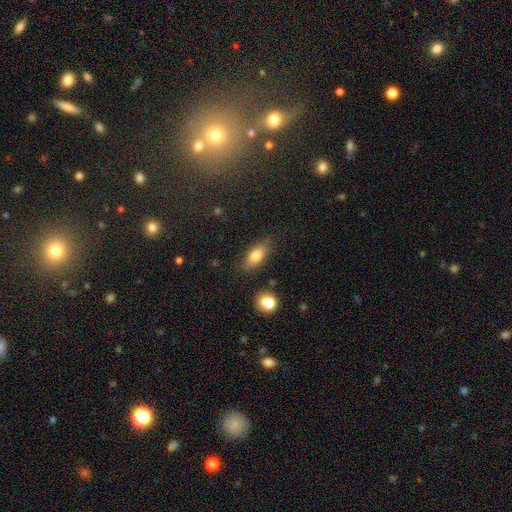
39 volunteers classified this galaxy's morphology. Smooth or featured? smooth (74%)
How rounded? in between (90%)
Merging? none (78%)